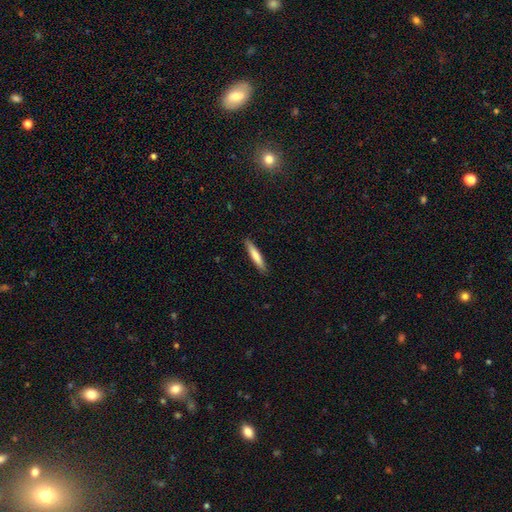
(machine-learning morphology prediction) Smooth or featured? smooth (74%)
How rounded? cigar-shaped (92%)
Merging? none (89%)